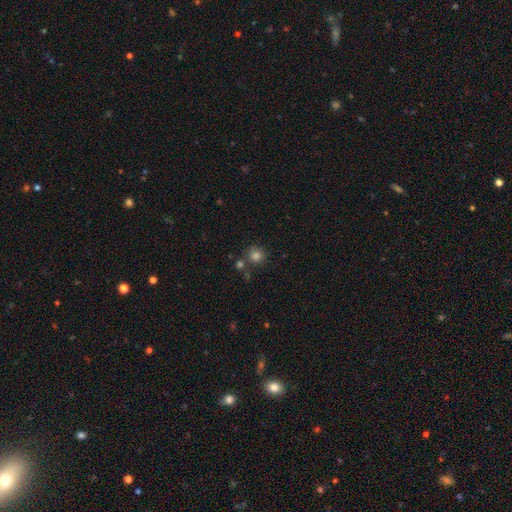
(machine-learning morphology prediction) This is clearly a smooth galaxy (81%). How rounded: clearly round (91%). Merging: likely none (74%).